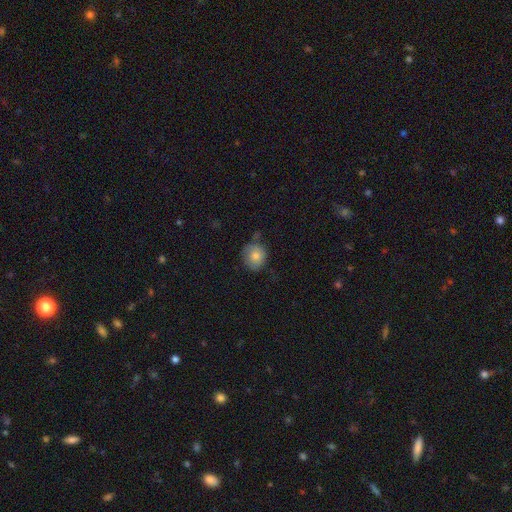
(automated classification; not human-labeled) A smooth galaxy with no disk features (79%) that is round (84%). Merging: none (68%).